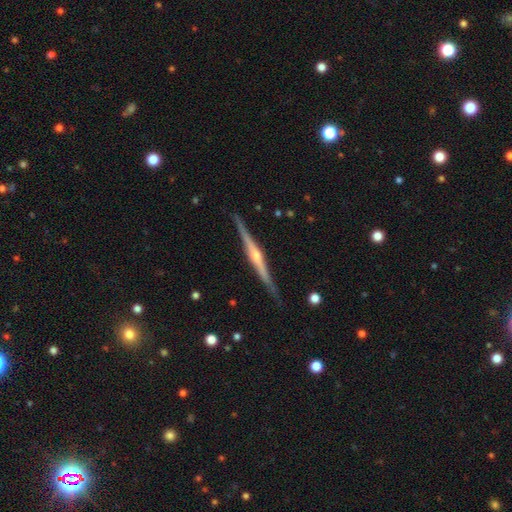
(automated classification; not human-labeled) The model was most divided on "smooth or featured": featured or disk: 85%, smooth: 10%, star or artifact: 5%. More confident: edge-on disk — yes (98%); merging — none (90%); edge-on bulge — rounded (84%).